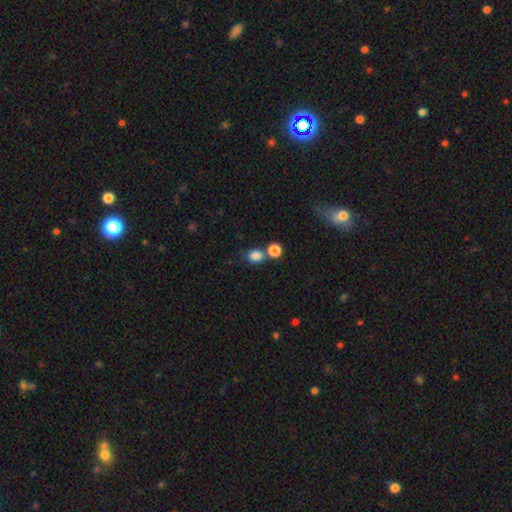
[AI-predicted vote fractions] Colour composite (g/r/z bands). It shows a smooth galaxy with no disk features (83%) that is round (65%). Merging: none (57%).